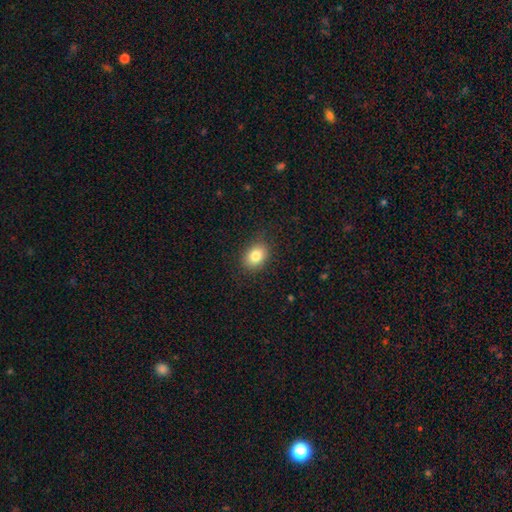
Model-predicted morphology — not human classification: Smooth or featured: smooth — 83% (star or artifact — 9%)
How rounded: in between — 63% (round — 36%)
Merging: none — 86% (minor disturbance — 11%)